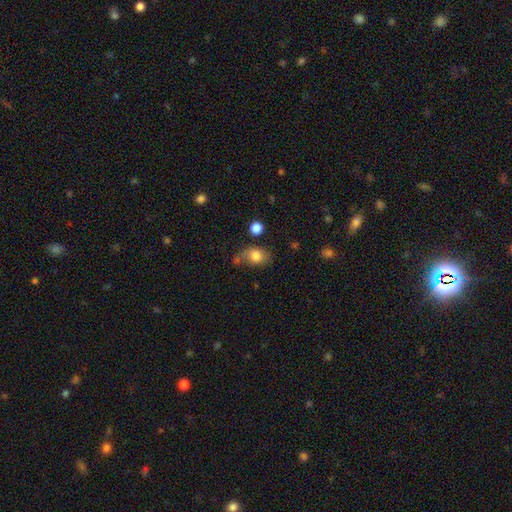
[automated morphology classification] This is likely a smooth galaxy (79%). How rounded: likely in between (63%). Merging: possibly none (53%).